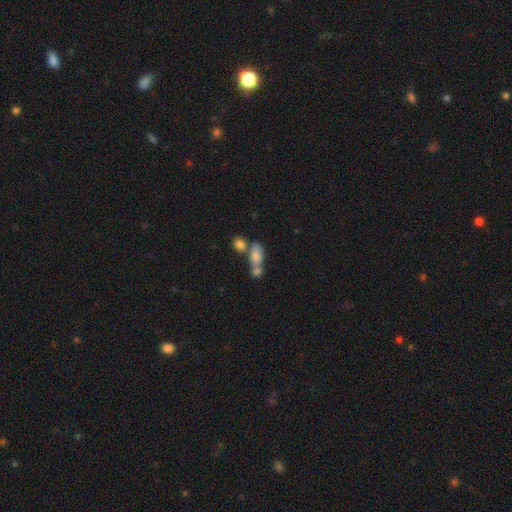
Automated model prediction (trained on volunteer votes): Overall: smooth (74%). How rounded: in between (76%). Merging: merger (50%; none 32%).